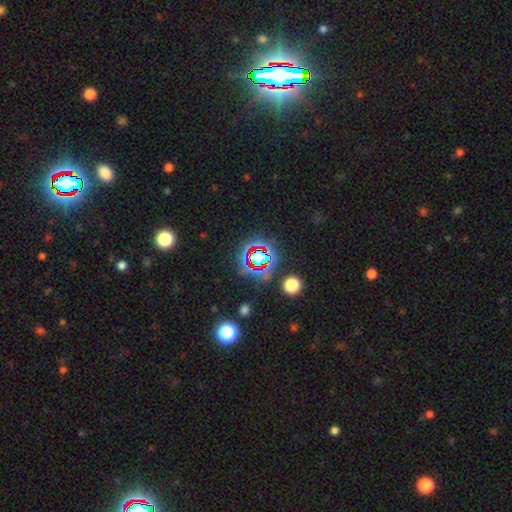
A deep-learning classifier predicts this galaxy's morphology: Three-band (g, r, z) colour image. It shows a star or artifact, not a galaxy (71%).